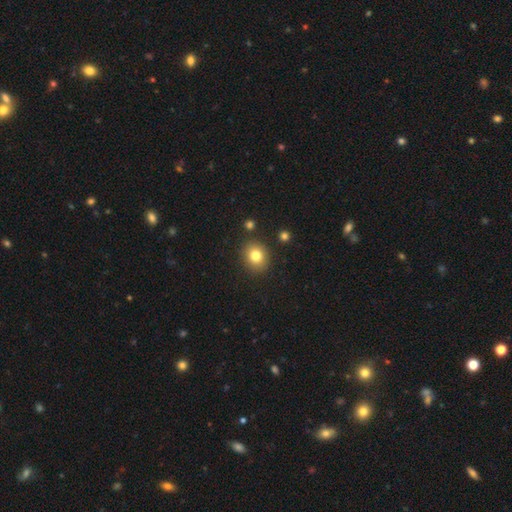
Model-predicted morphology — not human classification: A smooth galaxy with no disk features (80%) that is round (71%). Merging: none (87%).